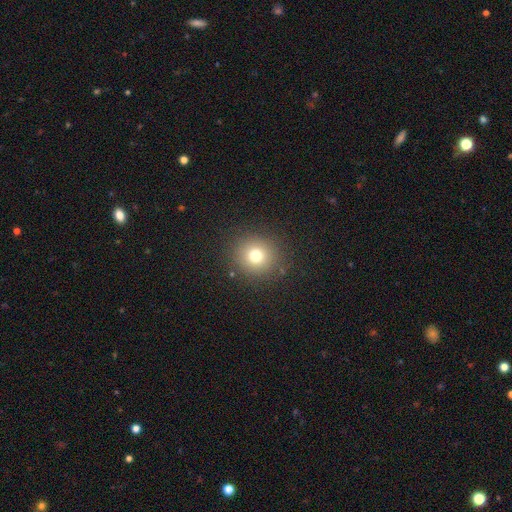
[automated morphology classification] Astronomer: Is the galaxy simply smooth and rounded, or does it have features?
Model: smooth — 75%.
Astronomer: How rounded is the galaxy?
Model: round — 91%.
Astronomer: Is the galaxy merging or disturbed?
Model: none — 88%.